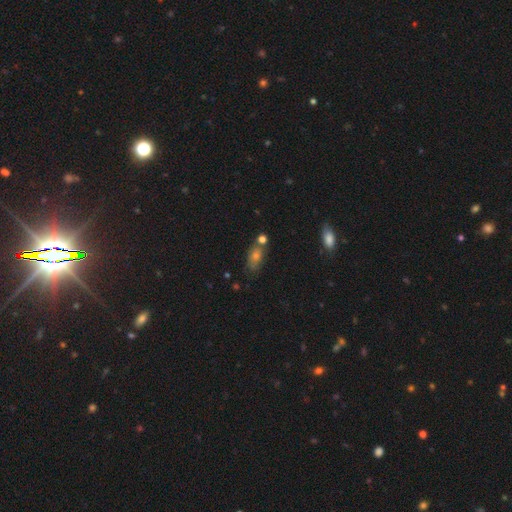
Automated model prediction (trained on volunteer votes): Q: Smooth or featured?
A: smooth (59%); runner-up: featured or disk (22%)
Q: How rounded?
A: in between (77%); runner-up: round (15%)
Q: Merging?
A: none (64%); runner-up: minor disturbance (16%)